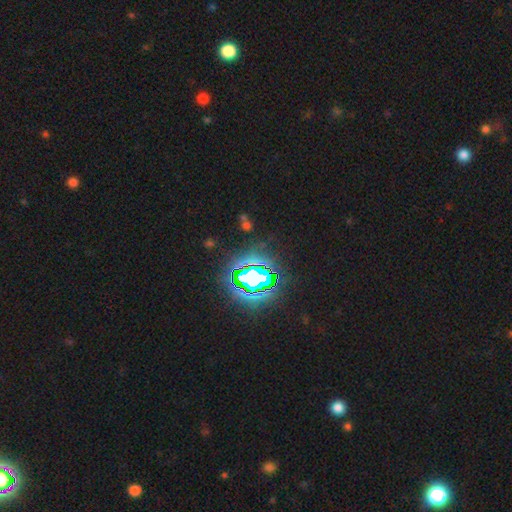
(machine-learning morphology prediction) type=star or artifact (85%).